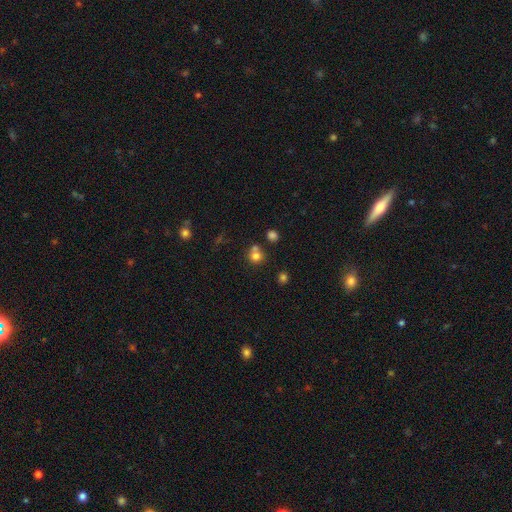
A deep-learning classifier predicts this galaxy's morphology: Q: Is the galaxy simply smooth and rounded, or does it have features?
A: smooth — 76%.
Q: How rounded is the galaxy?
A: round — 86%.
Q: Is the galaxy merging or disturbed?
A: none — 54%.